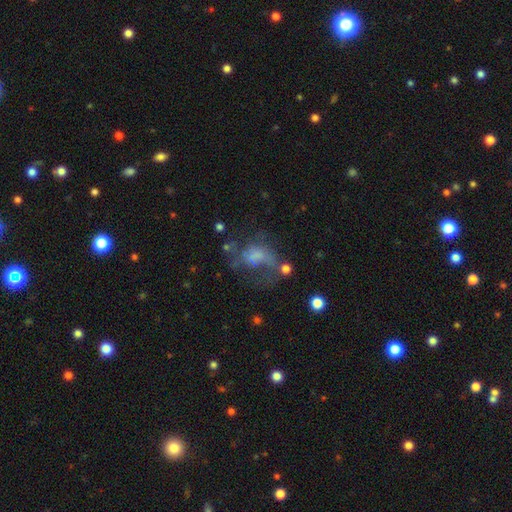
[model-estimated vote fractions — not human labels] smooth-or-featured: featured or disk: 42% | smooth: 38% | star or artifact: 20%
  merging: major disturbance: 39% | none: 33% | minor disturbance: 19% | merger: 10%